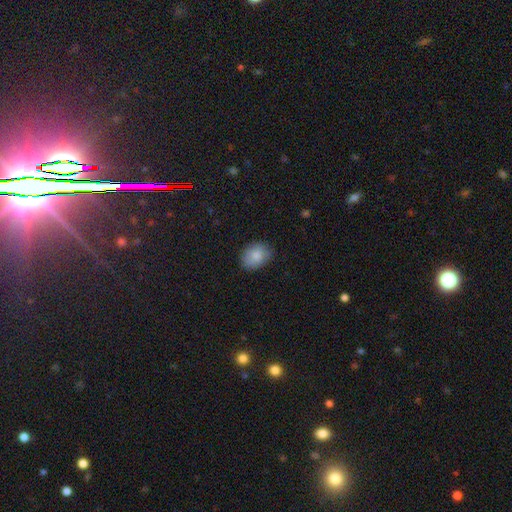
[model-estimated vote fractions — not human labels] This is clearly a smooth galaxy (85%). How rounded: likely in between (68%). Merging: clearly none (81%).